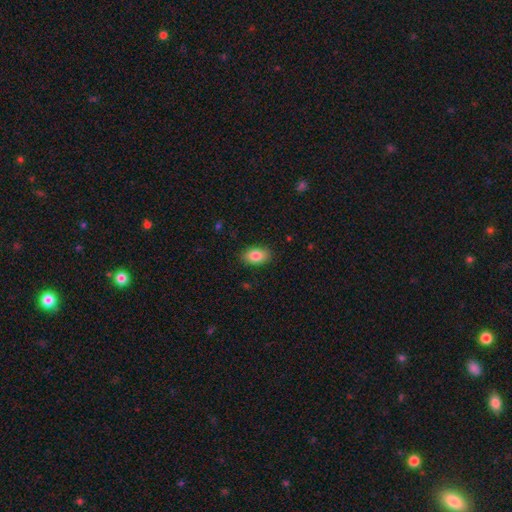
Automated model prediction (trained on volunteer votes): The model was most divided on "smooth or featured": smooth: 85%, star or artifact: 7%, featured or disk: 7%. More confident: how rounded — in between (91%); merging — none (88%).